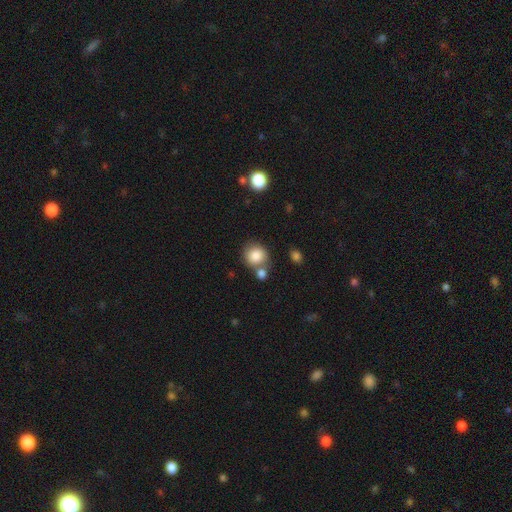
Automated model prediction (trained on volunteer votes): smooth_or_featured: smooth (p=0.84) [alt: star or artifact p=0.09]
how_rounded: round (p=0.85) [alt: in between p=0.14]
merging: none (p=0.60) [alt: merger p=0.25]